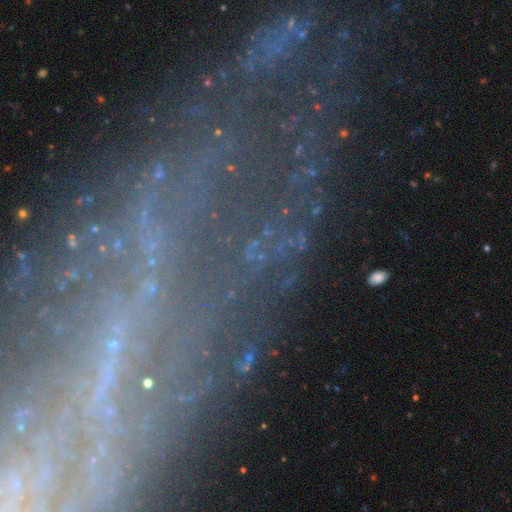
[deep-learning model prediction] featured or disk 51%, star or artifact 36%, smooth 13%. Down the decision tree: edge-on disk — no (85%); merging — none (60%).